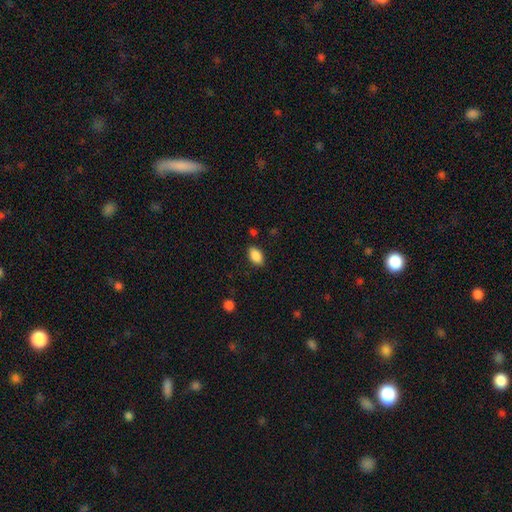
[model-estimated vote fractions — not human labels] The model was most divided on "merging": none: 85%, minor disturbance: 10%, major disturbance: 3%, merger: 2%. More confident: how rounded — in between (91%); smooth or featured — smooth (88%).